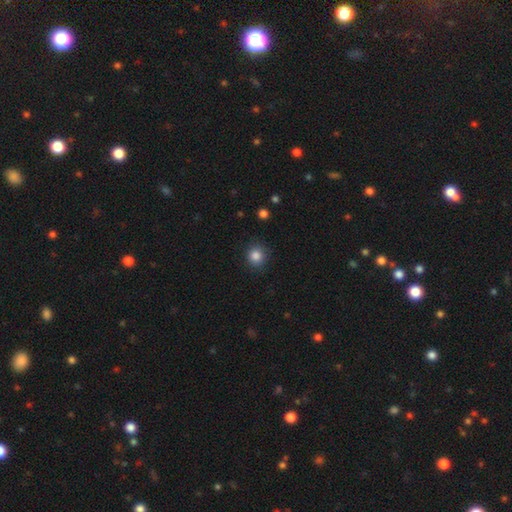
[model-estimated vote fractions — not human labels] The model was most divided on "smooth or featured": smooth: 85%, star or artifact: 11%, featured or disk: 4%. More confident: how rounded — round (89%); merging — none (88%).